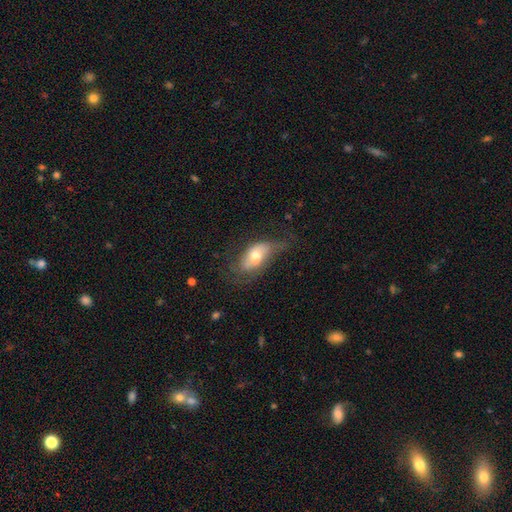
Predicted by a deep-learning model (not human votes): Q: Smooth or featured?
A: smooth (54%); runner-up: featured or disk (38%)
Q: How rounded?
A: in between (88%); runner-up: round (8%)
Q: Merging?
A: none (48%); runner-up: minor disturbance (30%)